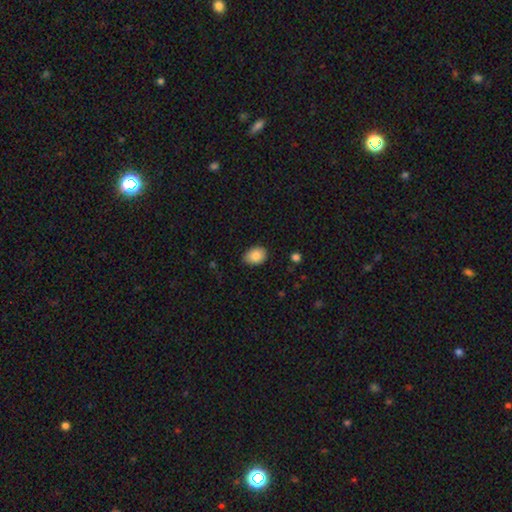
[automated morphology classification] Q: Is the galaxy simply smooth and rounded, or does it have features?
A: smooth — 88%.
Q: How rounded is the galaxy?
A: in between — 74%.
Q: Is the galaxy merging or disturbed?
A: none — 80%.